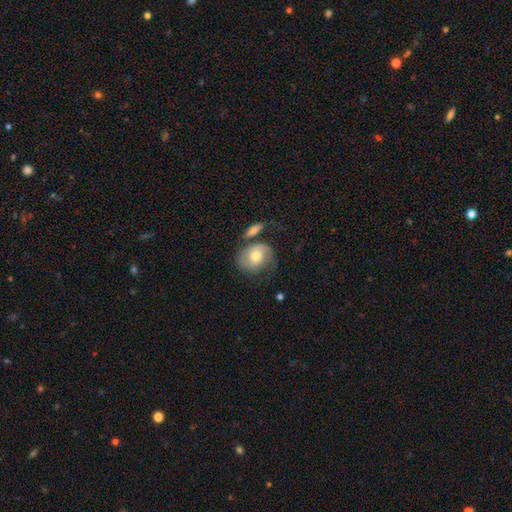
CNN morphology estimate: Smooth or featured?
  - smooth: 47% *
  - featured or disk: 46%
  - star or artifact: 7%
Merging?
  - none: 42% *
  - minor disturbance: 21%
  - merger: 20%
  - major disturbance: 18%